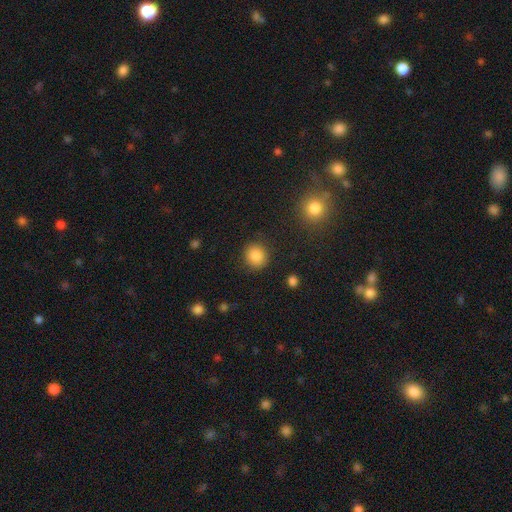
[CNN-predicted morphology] This is clearly a smooth galaxy (86%). How rounded: clearly round (87%). Merging: clearly none (89%).